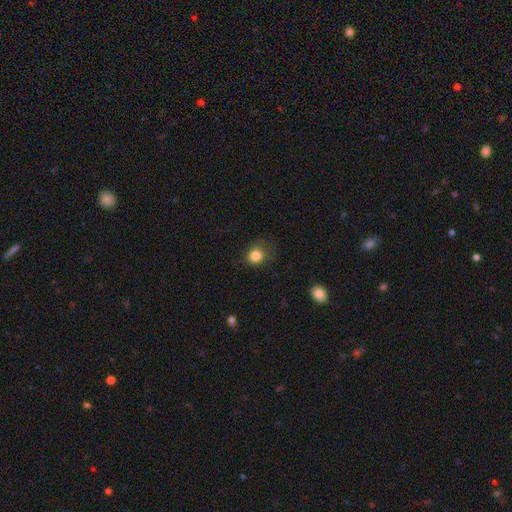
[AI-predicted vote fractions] smooth-or-featured: smooth: 83% | star or artifact: 11% | featured or disk: 5%
  how-rounded: round: 77% | in between: 22% | cigar-shaped: 1%
  merging: none: 69% | minor disturbance: 21% | major disturbance: 8% | merger: 1%